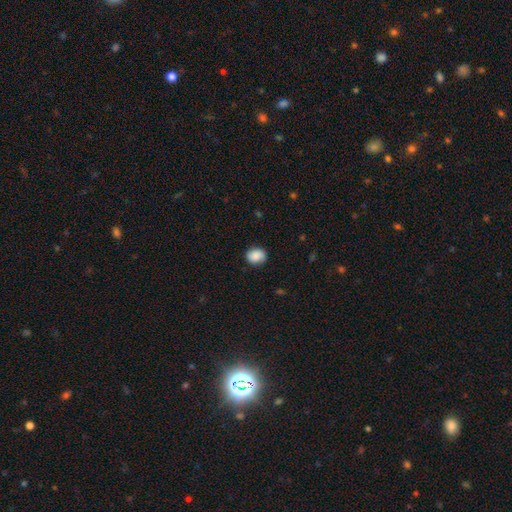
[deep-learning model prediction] Smooth or featured?
  - smooth: 84% *
  - star or artifact: 8%
  - featured or disk: 8%
How rounded?
  - round: 58% *
  - in between: 41%
  - cigar-shaped: 1%
Merging?
  - none: 83% *
  - minor disturbance: 13%
  - major disturbance: 3%
  - merger: 1%